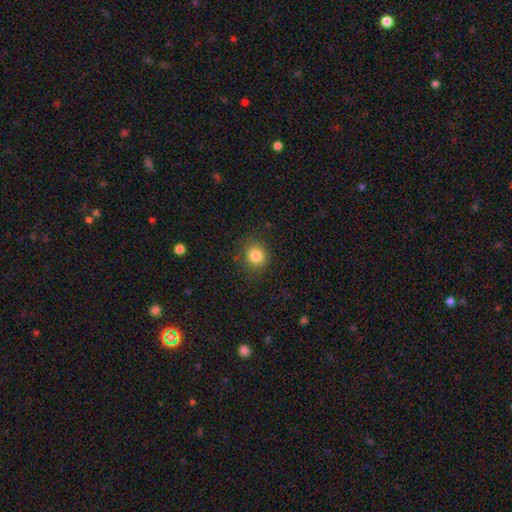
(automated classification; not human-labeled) This appears to be a smooth galaxy with no disk features (84%) that is round (82%). Merging: none (85%).